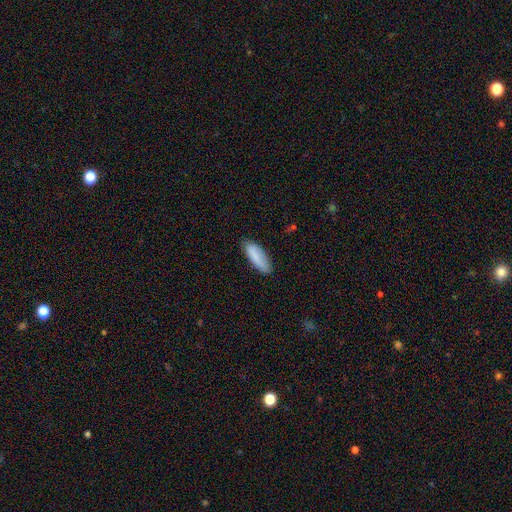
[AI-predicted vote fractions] Q: Smooth or featured?
A: smooth (86%); runner-up: featured or disk (7%)
Q: How rounded?
A: in between (61%); runner-up: cigar-shaped (37%)
Q: Merging?
A: none (78%); runner-up: minor disturbance (17%)